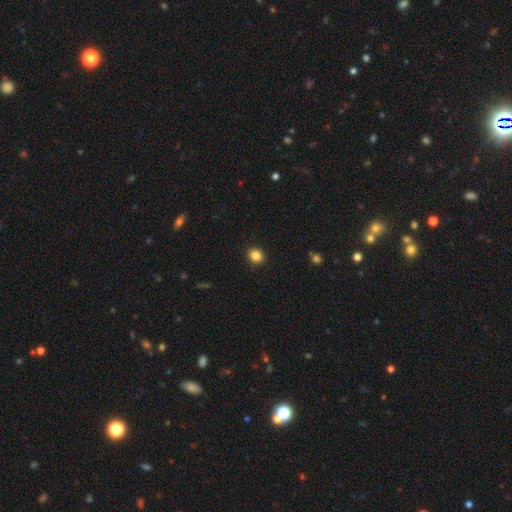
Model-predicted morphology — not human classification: type=smooth (85%); roundness=round (80%); merging=none (92%).